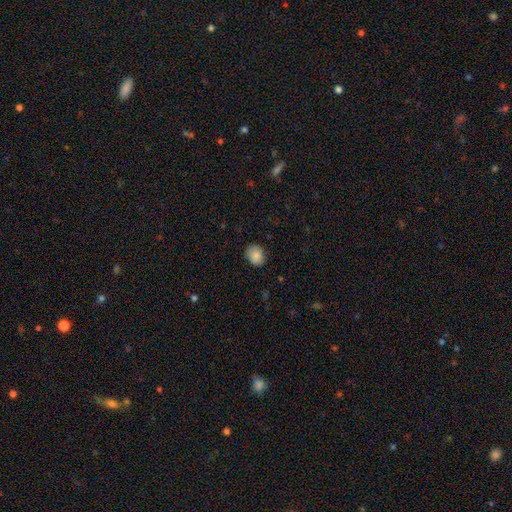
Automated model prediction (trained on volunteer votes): This appears to be a smooth galaxy with no disk features (86%) that is in between round and cigar-shaped (52%). Merging: none (83%).